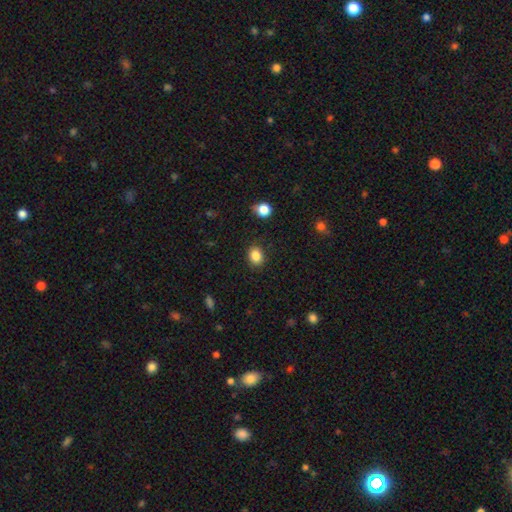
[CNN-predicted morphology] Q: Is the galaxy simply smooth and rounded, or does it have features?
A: smooth — 85%.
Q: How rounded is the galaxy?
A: round — 52%.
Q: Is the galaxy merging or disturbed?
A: none — 86%.